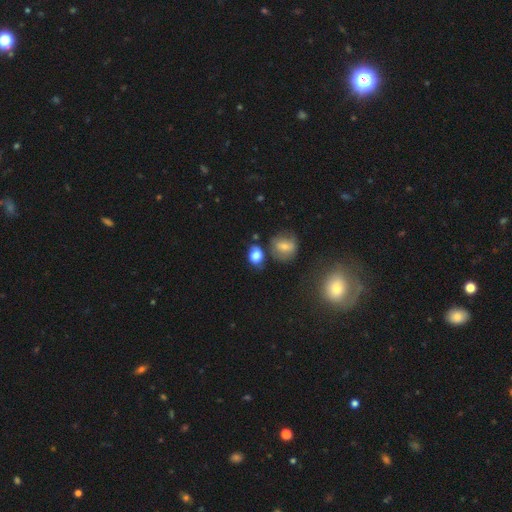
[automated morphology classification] A smooth galaxy with no disk features (79%) that is in between round and cigar-shaped (59%). Merging: none (58%).